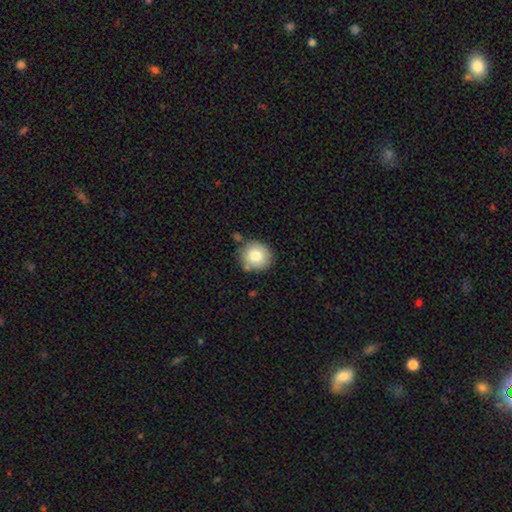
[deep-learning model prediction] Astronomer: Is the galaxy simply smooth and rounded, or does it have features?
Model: smooth — 80%.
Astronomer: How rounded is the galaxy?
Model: round — 88%.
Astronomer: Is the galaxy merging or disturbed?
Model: none — 80%.